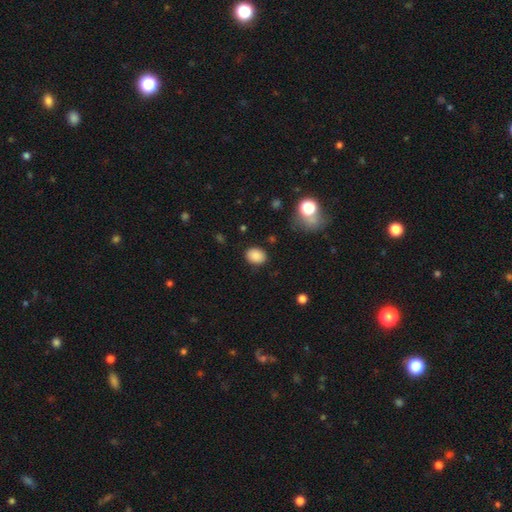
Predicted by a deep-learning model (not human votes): Overall: smooth (86%). How rounded: in between (62%; round 37%). Merging: none (86%).